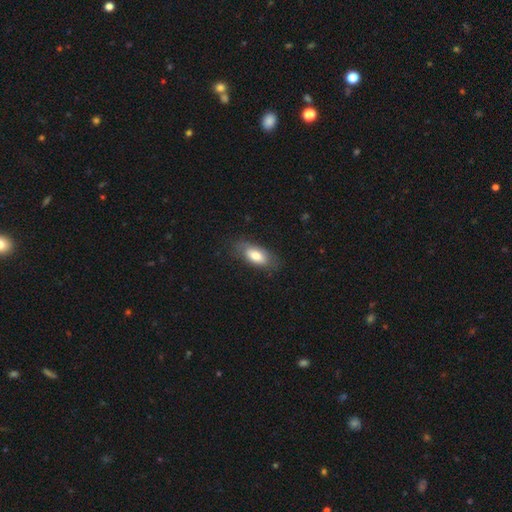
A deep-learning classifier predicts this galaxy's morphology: type=smooth (72%); roundness=in between (86%); merging=none (72%).